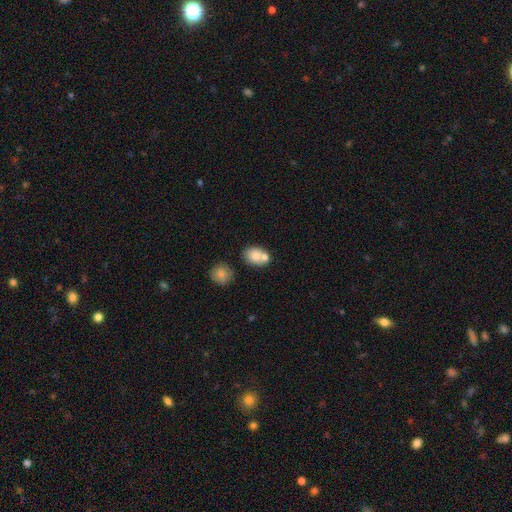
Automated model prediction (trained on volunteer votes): This appears to be a smooth galaxy with no disk features (77%) that is in between round and cigar-shaped (55%). Merging: none (47%).